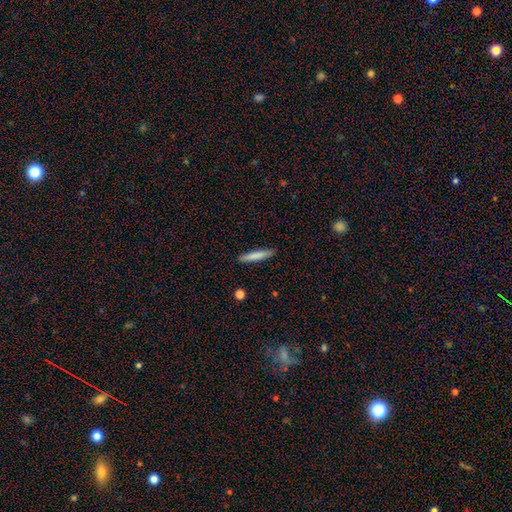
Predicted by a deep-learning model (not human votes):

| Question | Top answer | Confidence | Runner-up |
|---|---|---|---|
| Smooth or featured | smooth | 78% | featured or disk (16%) |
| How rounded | cigar-shaped | 93% | in between (6%) |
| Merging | none | 89% | minor disturbance (8%) |